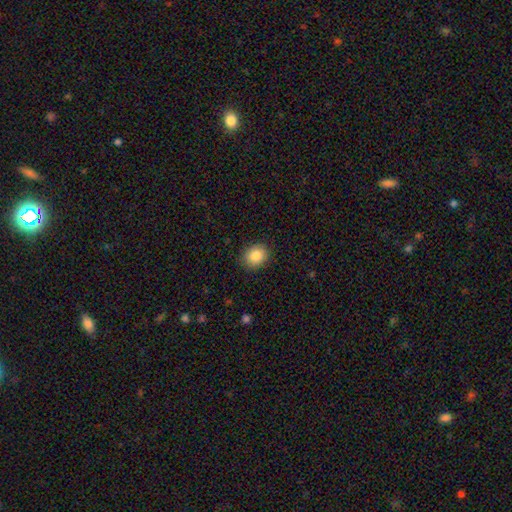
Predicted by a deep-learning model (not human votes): Q: Smooth or featured?
A: smooth (86%); runner-up: star or artifact (9%)
Q: How rounded?
A: round (67%); runner-up: in between (33%)
Q: Merging?
A: none (89%); runner-up: minor disturbance (8%)